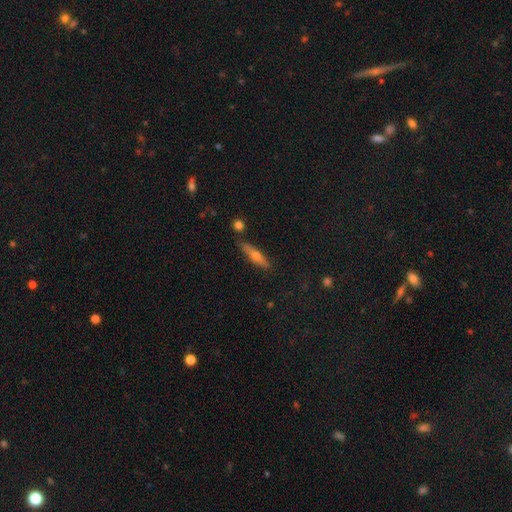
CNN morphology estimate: Smooth or featured: smooth — 52% (featured or disk — 41%)
How rounded: cigar-shaped — 79% (in between — 18%)
Merging: none — 80% (minor disturbance — 13%)